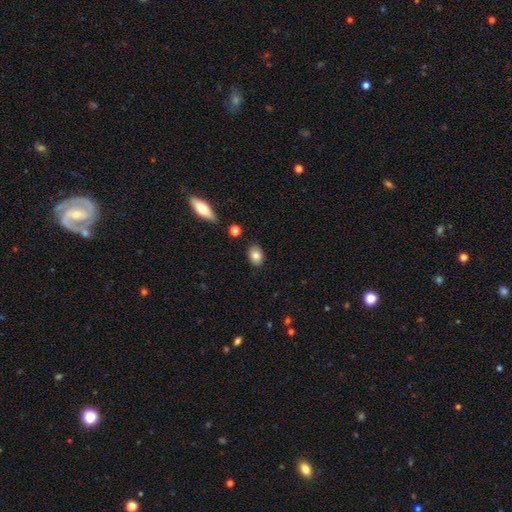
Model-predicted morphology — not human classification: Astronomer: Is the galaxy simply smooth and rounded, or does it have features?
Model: smooth — 83%.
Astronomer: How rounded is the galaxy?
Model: in between — 76%.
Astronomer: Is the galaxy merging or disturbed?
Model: none — 85%.